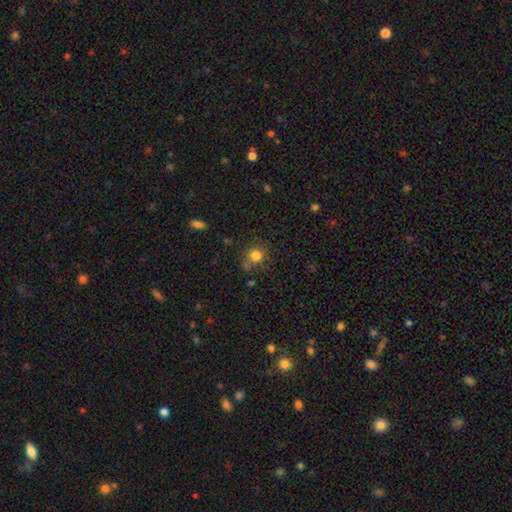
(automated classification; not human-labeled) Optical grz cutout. It shows a smooth galaxy with no disk features (79%) that is round (83%). Merging: none (72%).